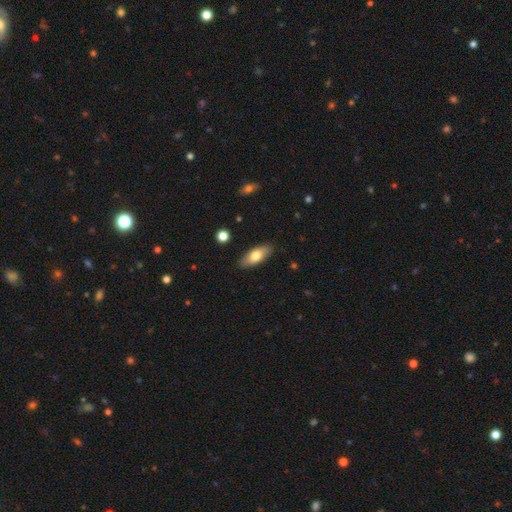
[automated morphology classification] Smooth or featured? Predicted: smooth (p=0.72). How rounded? Predicted: in between (p=0.77). Merging? Predicted: none (p=0.87).